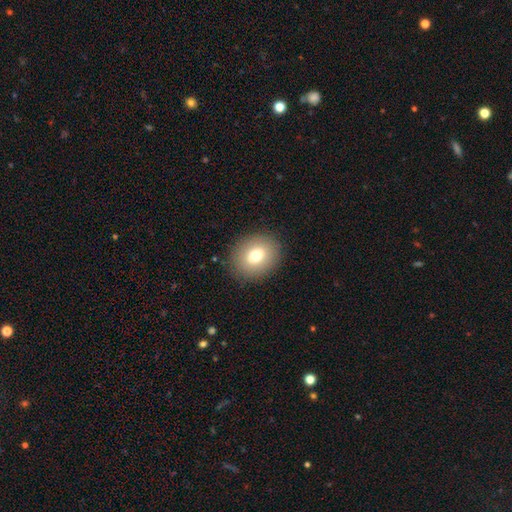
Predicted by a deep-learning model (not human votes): Smooth or featured? smooth (74%)
How rounded? round (54%)
Merging? none (88%)